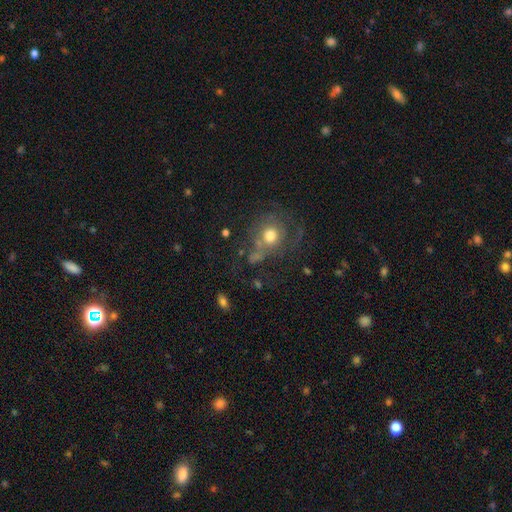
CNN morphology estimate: type=featured or disk (41%); merging=none (50%).